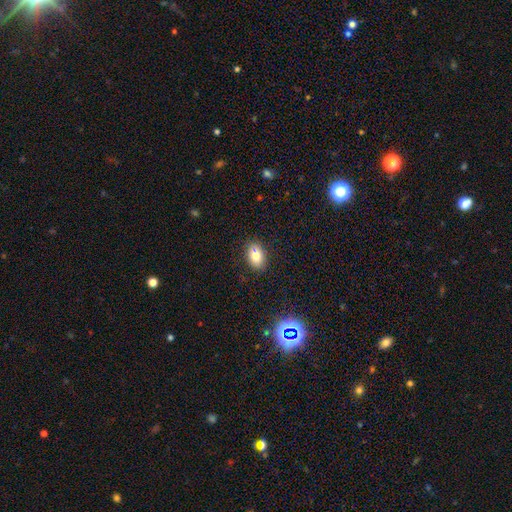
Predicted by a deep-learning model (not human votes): smooth_or_featured: smooth (p=0.78) [alt: featured or disk p=0.12]
how_rounded: in between (p=0.86) [alt: round p=0.12]
merging: none (p=0.82) [alt: minor disturbance p=0.13]